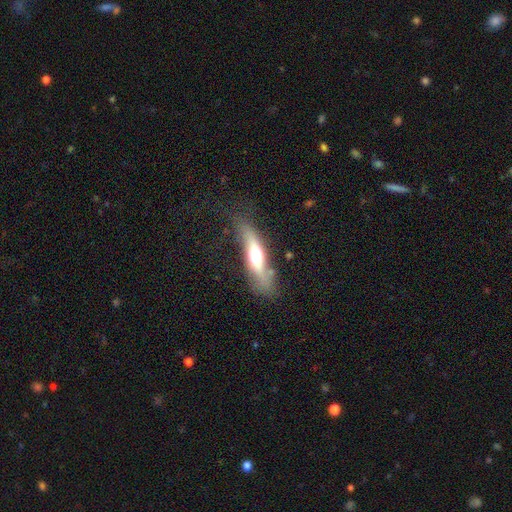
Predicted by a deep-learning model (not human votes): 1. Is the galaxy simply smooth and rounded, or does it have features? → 50% featured or disk, 44% smooth, 6% star or artifact.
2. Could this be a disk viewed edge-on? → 73% yes, 27% no.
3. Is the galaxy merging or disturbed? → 64% none, 22% minor disturbance, 10% major disturbance, 4% merger.